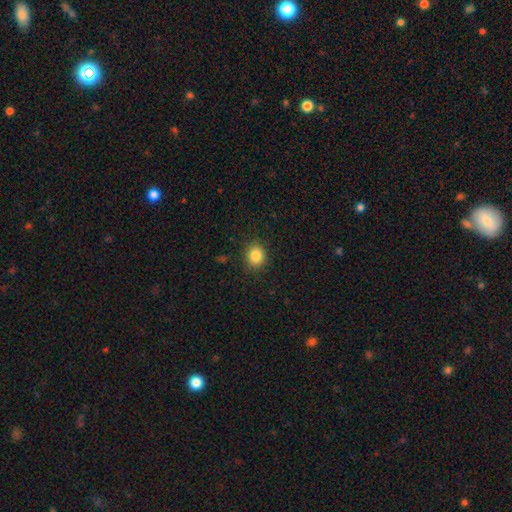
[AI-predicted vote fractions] Smooth or featured: smooth — 85% (star or artifact — 10%)
How rounded: round — 77% (in between — 22%)
Merging: none — 88% (minor disturbance — 9%)